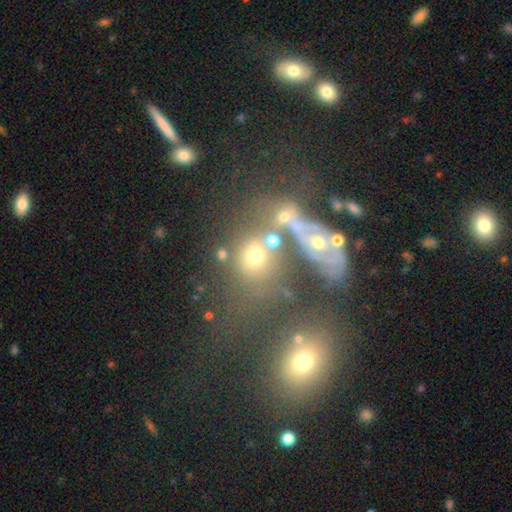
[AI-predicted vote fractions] Overall: smooth (56%; featured or disk 26%). How rounded: round (58%; in between 39%). Merging: none (42%; merger 33%).